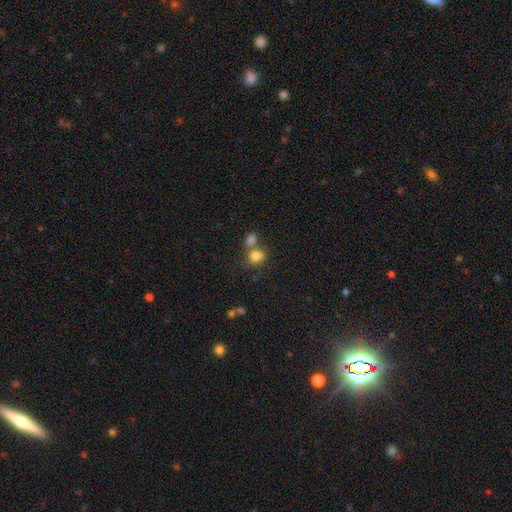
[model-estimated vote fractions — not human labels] smooth 79%, star or artifact 12%, featured or disk 9%. Down the decision tree: how rounded — round (68%); merging — none (44%).